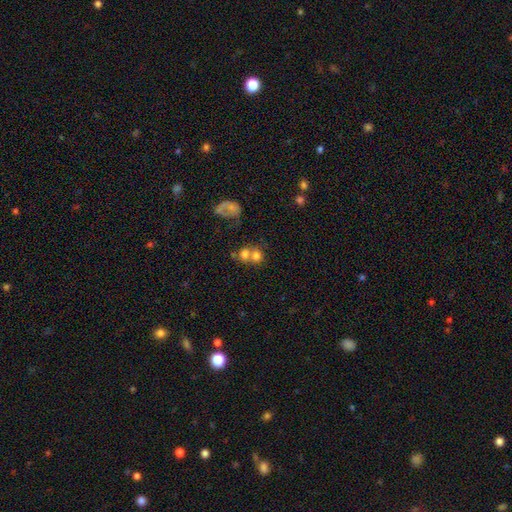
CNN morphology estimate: This is likely a smooth galaxy (72%). How rounded: likely round (79%). Merging: possibly merger (57%).